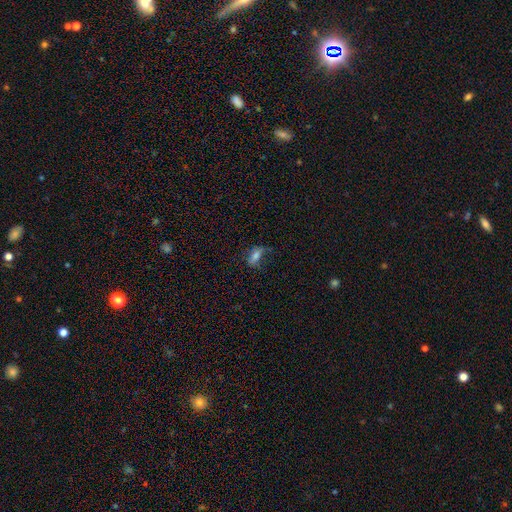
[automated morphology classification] Q: Smooth or featured?
A: smooth (61%); runner-up: featured or disk (26%)
Q: How rounded?
A: in between (73%); runner-up: cigar-shaped (21%)
Q: Merging?
A: none (52%); runner-up: minor disturbance (27%)